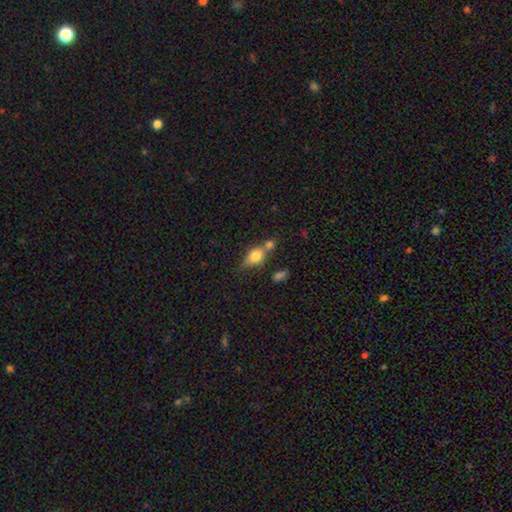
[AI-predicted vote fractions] The model was most divided on "merging": none: 40%, merger: 37%, minor disturbance: 16%, major disturbance: 7%. More confident: smooth or featured — smooth (74%); how rounded — in between (66%).